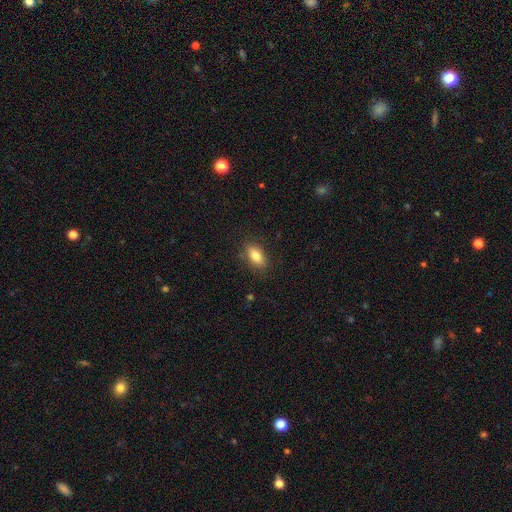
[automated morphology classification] Smooth or featured? smooth (83%)
How rounded? in between (87%)
Merging? none (84%)